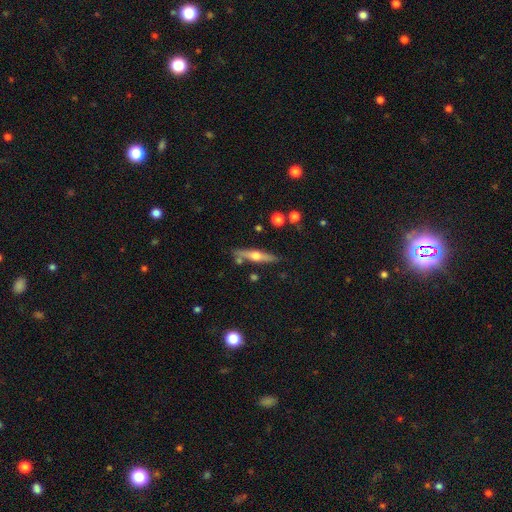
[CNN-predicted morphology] Q: Smooth or featured?
A: featured or disk (62%); runner-up: smooth (32%)
Q: Edge-on disk?
A: yes (95%); runner-up: no (5%)
Q: Edge-on bulge?
A: rounded (93%); runner-up: none (4%)
Q: Merging?
A: none (79%); runner-up: minor disturbance (12%)